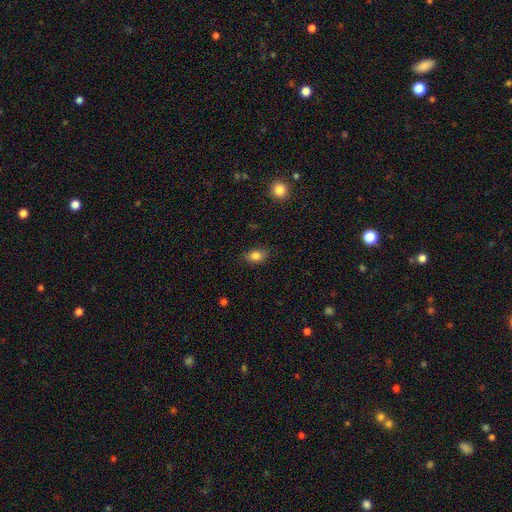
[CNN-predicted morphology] Smooth or featured: smooth — 83% (star or artifact — 10%)
How rounded: in between — 76% (round — 22%)
Merging: none — 82% (minor disturbance — 14%)